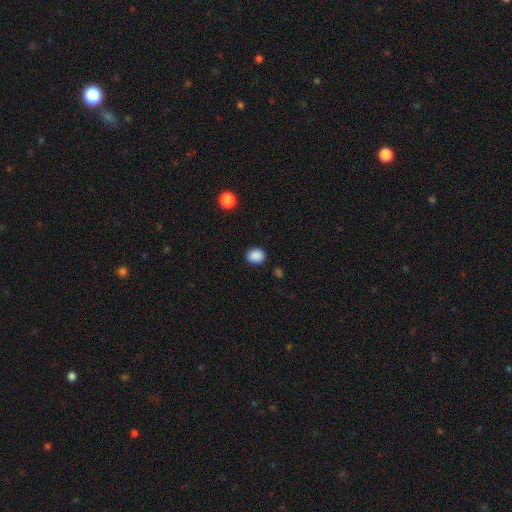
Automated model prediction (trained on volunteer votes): Morphology: type=smooth (88%); roundness=round (62%); merging=none (87%).